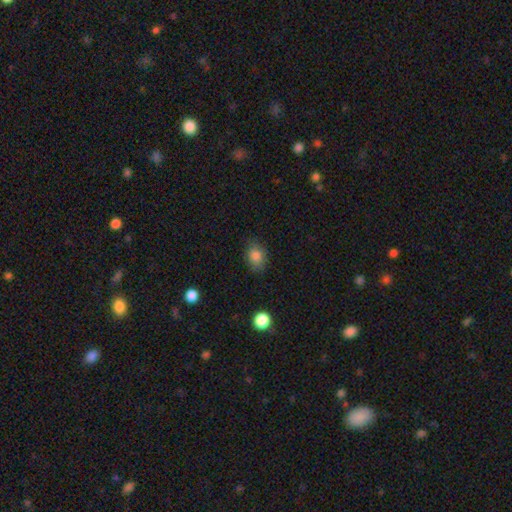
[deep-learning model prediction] Smooth or featured? smooth (84%)
How rounded? in between (67%)
Merging? none (75%)